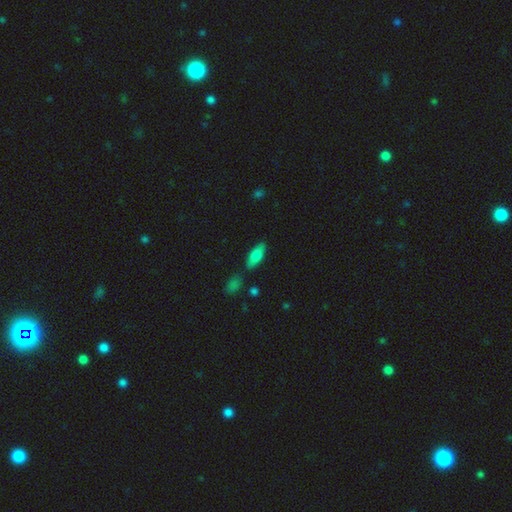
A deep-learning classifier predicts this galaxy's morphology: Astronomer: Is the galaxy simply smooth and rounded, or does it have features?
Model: smooth — 76%.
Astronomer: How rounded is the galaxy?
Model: in between — 76%.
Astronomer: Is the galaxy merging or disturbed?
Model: none — 78%.